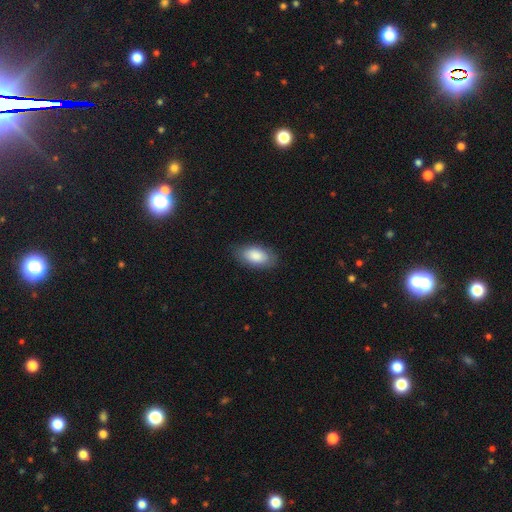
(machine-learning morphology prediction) This appears to be a smooth galaxy with no disk features (85%) that is in between round and cigar-shaped (94%). Merging: none (81%).